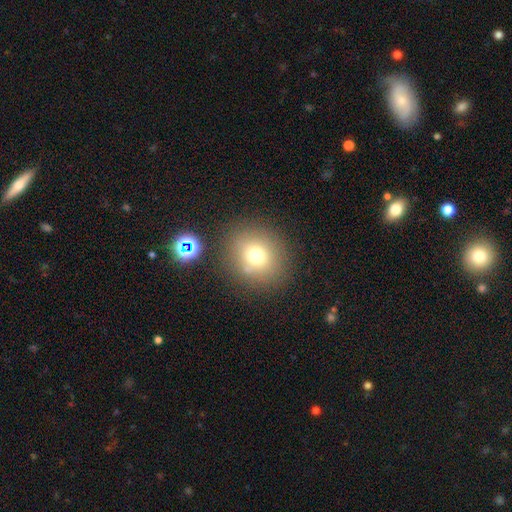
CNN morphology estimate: Smooth or featured: smooth — 72% (star or artifact — 16%)
How rounded: round — 83% (in between — 16%)
Merging: none — 81% (minor disturbance — 9%)